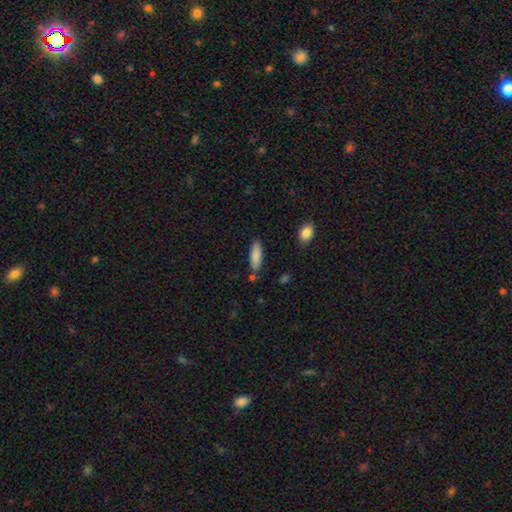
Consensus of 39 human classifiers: Morphology: type=smooth (92%); roundness=cigar-shaped (64%); merging=none (74%).